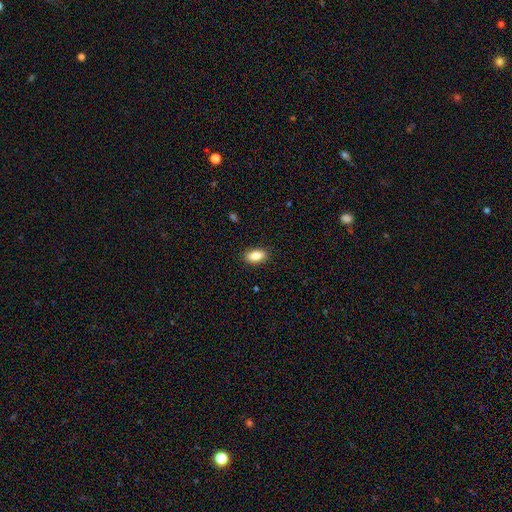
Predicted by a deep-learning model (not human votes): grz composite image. It shows a smooth galaxy with no disk features (85%) that is in between round and cigar-shaped (89%). Merging: none (89%).